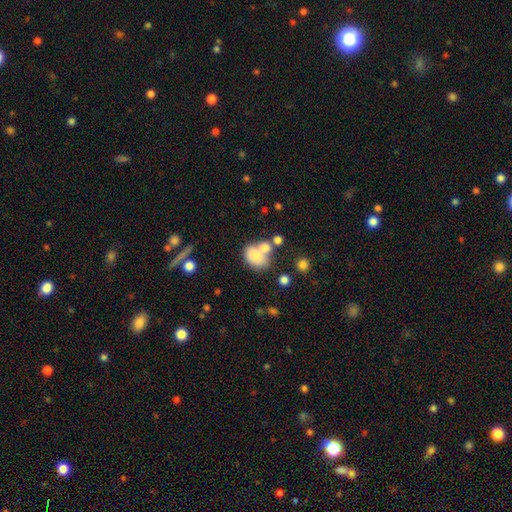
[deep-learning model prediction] A smooth galaxy with no disk features (76%) that is in between round and cigar-shaped (71%). Merging: merger (43%).